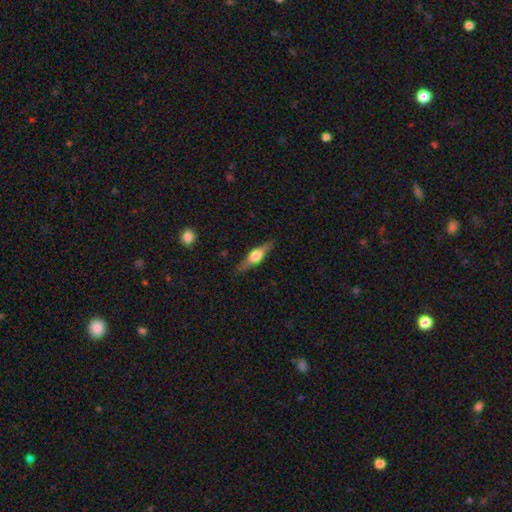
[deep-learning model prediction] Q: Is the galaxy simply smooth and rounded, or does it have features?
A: featured or disk — 65%.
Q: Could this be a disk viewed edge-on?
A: yes — 96%.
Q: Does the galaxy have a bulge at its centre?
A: rounded — 92%.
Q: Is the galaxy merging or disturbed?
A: none — 86%.